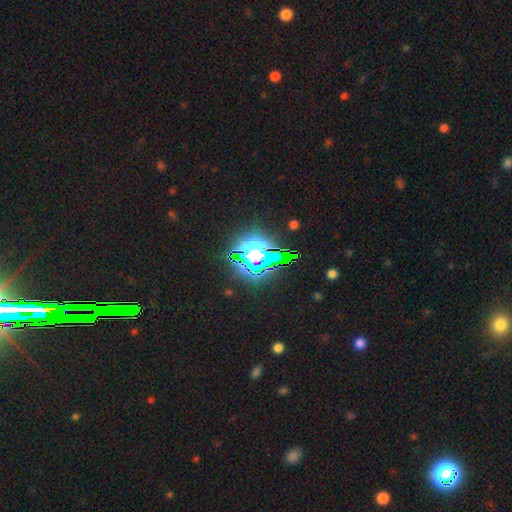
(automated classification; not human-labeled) A star or artifact, not a galaxy (67%).